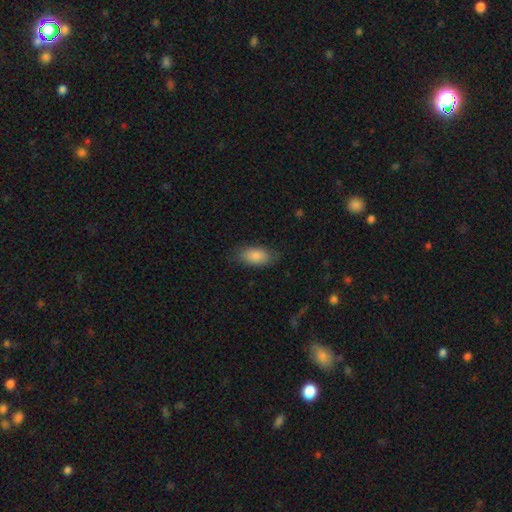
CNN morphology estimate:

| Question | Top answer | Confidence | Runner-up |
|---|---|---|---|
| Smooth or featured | smooth | 87% | featured or disk (7%) |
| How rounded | in between | 92% | cigar-shaped (5%) |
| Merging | none | 81% | minor disturbance (15%) |